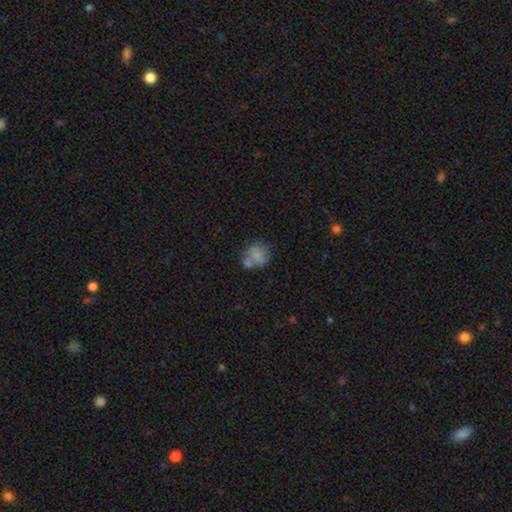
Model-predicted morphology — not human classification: smooth-or-featured: smooth: 73% | featured or disk: 17% | star or artifact: 10%
  how-rounded: round: 72% | in between: 27% | cigar-shaped: 1%
  merging: none: 42% | merger: 30% | minor disturbance: 19% | major disturbance: 9%